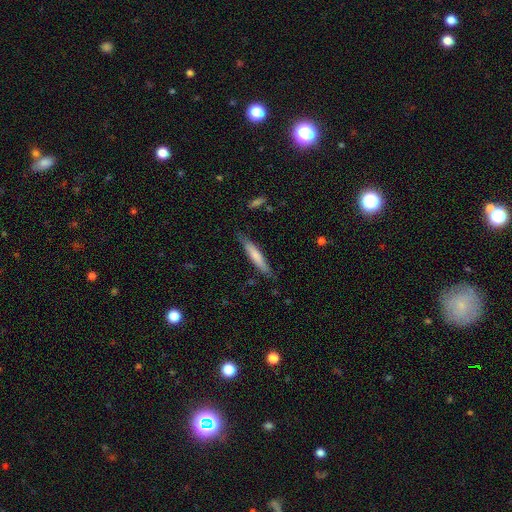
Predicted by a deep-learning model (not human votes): Morphology: type=smooth (70%); roundness=cigar-shaped (90%); merging=none (80%).